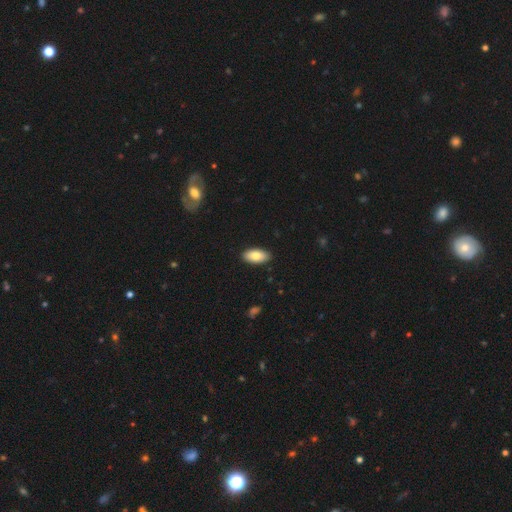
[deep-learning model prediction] Overall: smooth (82%). How rounded: in between (92%). Merging: none (90%).